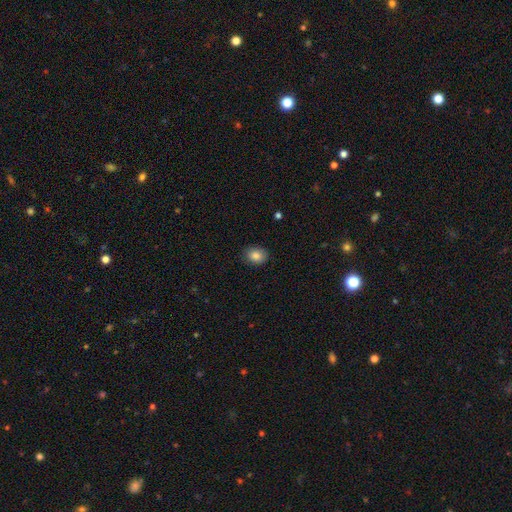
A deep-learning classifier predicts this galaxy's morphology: smooth-or-featured: smooth: 85% | star or artifact: 9% | featured or disk: 6%
  how-rounded: in between: 59% | round: 40% | cigar-shaped: 1%
  merging: none: 87% | minor disturbance: 9% | major disturbance: 2% | merger: 1%